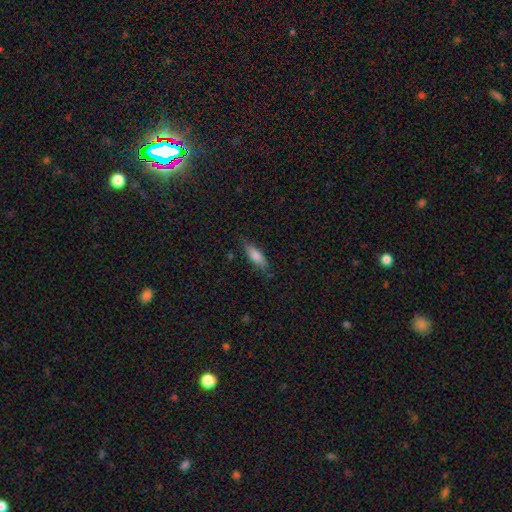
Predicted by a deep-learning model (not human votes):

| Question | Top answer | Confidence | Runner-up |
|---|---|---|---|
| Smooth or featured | smooth | 75% | featured or disk (18%) |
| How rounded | cigar-shaped | 49% | tied: in between (49%) |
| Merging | none | 77% | minor disturbance (18%) |